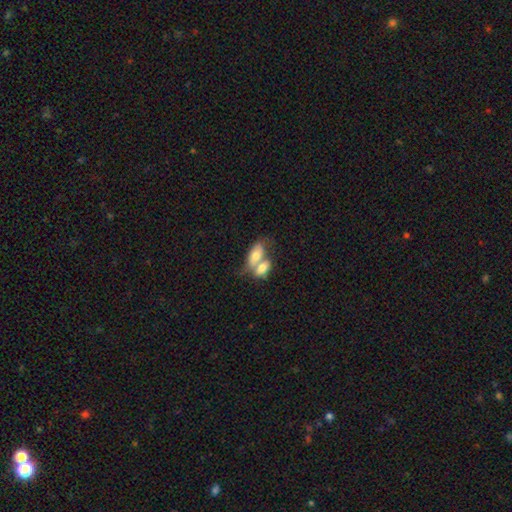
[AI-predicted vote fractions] Smooth or featured? Predicted: smooth (p=0.71). How rounded? Predicted: in between (p=0.88). Merging? Predicted: merger (p=0.70).